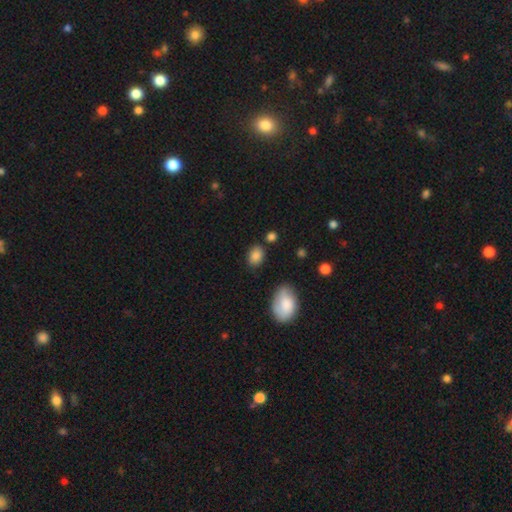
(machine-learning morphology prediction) Overall: smooth (85%). How rounded: in between (71%). Merging: none (78%).